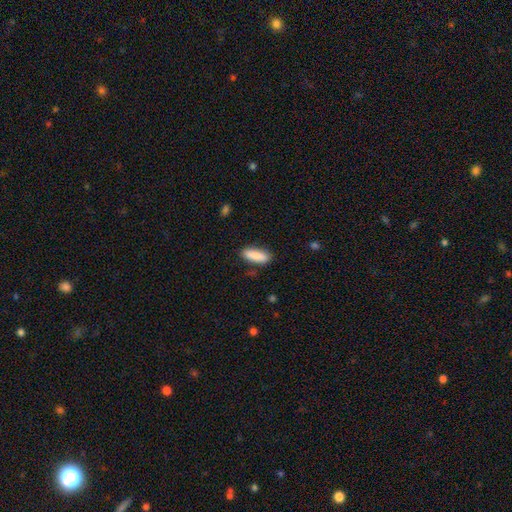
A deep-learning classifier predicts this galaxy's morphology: This is clearly a smooth galaxy (88%). How rounded: possibly in between (56%). Merging: clearly none (85%).